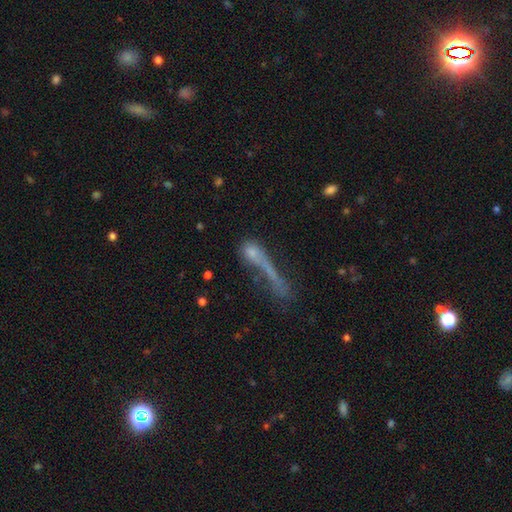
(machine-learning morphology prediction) smooth_or_featured: smooth (p=0.56) [alt: featured or disk p=0.29]
how_rounded: cigar-shaped (p=0.61) [alt: in between p=0.25]
merging: major disturbance (p=0.38) [alt: none p=0.26]